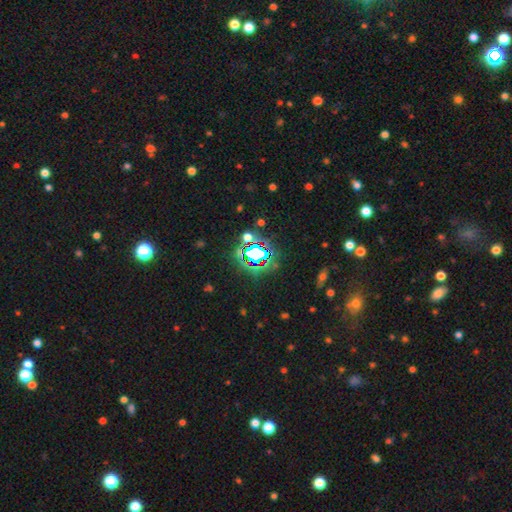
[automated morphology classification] Smooth or featured? Predicted: star or artifact (p=0.72).